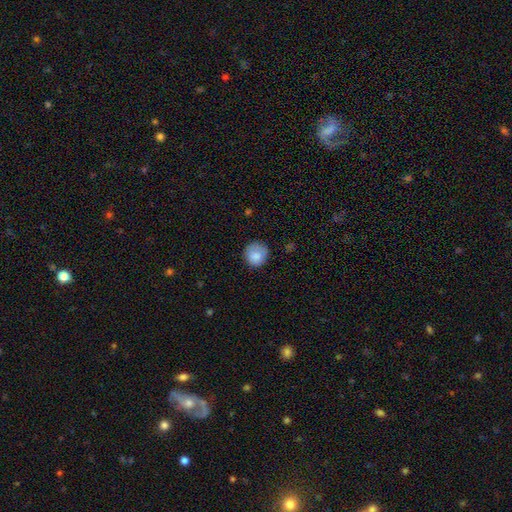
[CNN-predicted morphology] smooth_or_featured: smooth (p=0.83) [alt: featured or disk p=0.09]
how_rounded: round (p=0.89) [alt: in between p=0.10]
merging: none (p=0.71) [alt: minor disturbance p=0.22]